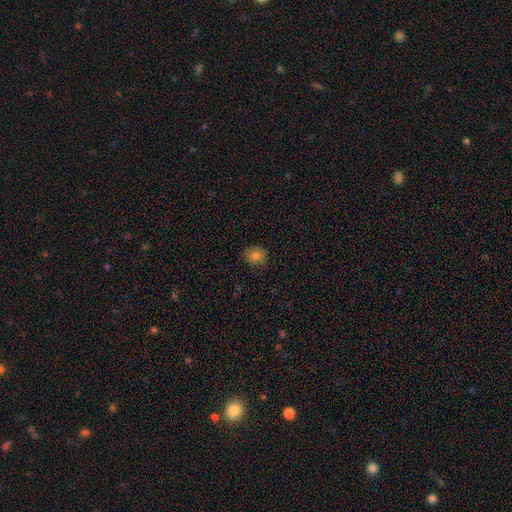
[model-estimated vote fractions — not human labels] smooth_or_featured: smooth (p=0.81) [alt: star or artifact p=0.12]
how_rounded: round (p=0.79) [alt: in between p=0.20]
merging: none (p=0.89) [alt: minor disturbance p=0.09]